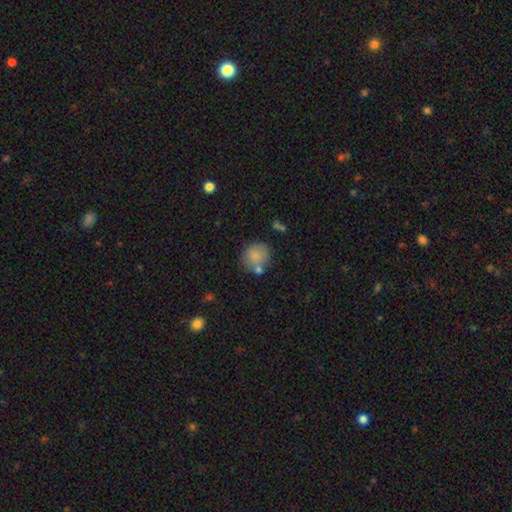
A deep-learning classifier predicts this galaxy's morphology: type=smooth (81%); roundness=round (86%); merging=none (66%).